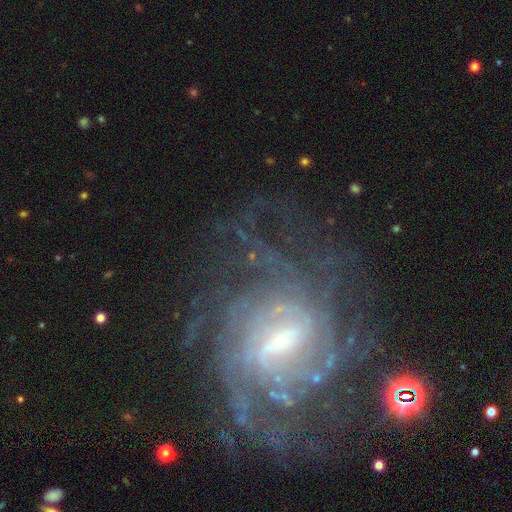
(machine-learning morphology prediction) type=featured or disk (84%); edge-on=no (96%); bar=weak (50%); spiral arms=yes (93%); winding=tight (58%); arm count=can't tell (42%); bulge=small (41%); merging=none (65%).